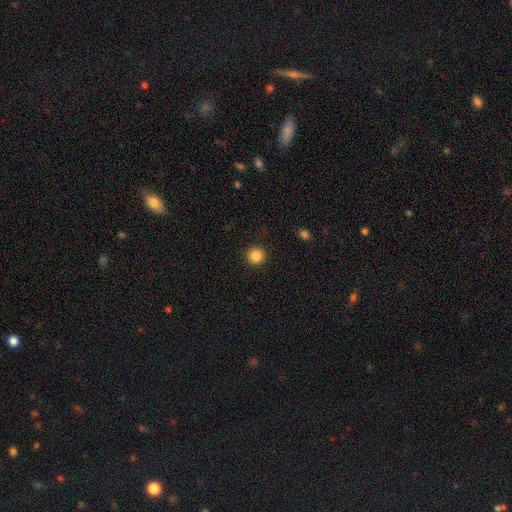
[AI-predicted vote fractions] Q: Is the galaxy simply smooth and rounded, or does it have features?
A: smooth — 85%.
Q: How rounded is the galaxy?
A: round — 95%.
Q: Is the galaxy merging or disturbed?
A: none — 93%.